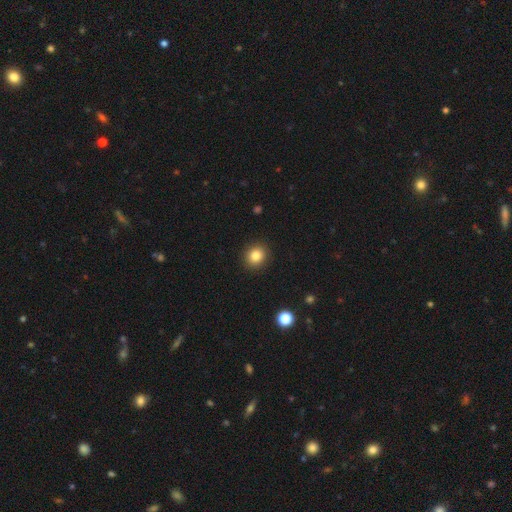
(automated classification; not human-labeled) Smooth or featured? smooth (83%)
How rounded? round (85%)
Merging? none (91%)